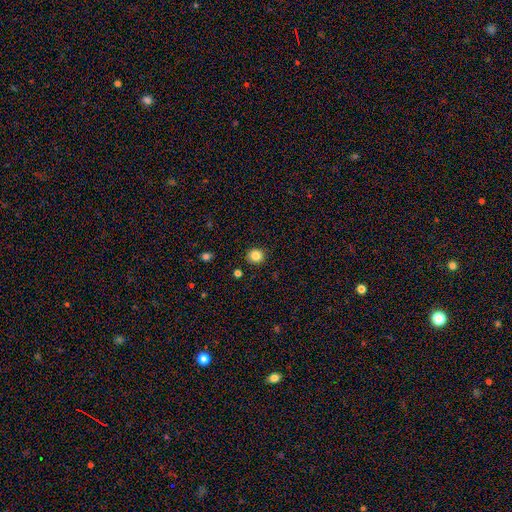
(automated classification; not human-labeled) Q: Smooth or featured?
A: smooth (84%); runner-up: star or artifact (11%)
Q: How rounded?
A: round (88%); runner-up: in between (11%)
Q: Merging?
A: none (90%); runner-up: minor disturbance (7%)